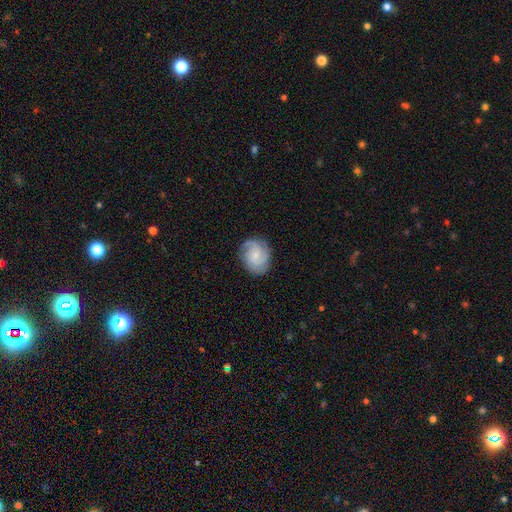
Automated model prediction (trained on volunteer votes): This is likely a featured or disk galaxy (70%). It is clearly not viewed edge-on (98%). Bar: likely no (69%). Spiral arm pattern: clearly yes (96%). Spiral arm count: marginally 3 (37%). Spiral winding: possibly tight (51%). Central bulge: likely small (64%). Merging: likely none (80%).